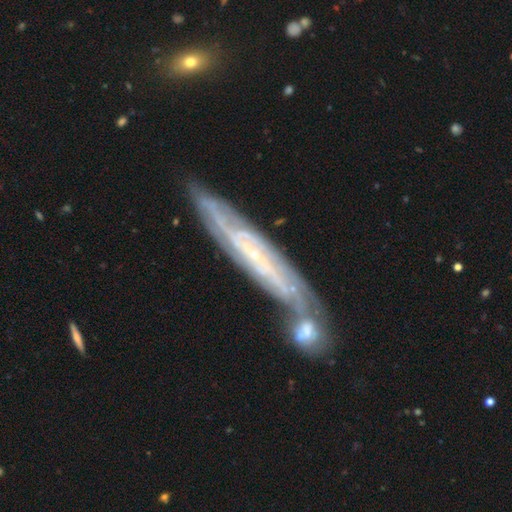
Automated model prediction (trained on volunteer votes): This appears to be a featured or disk galaxy (82%). Merging: none (63%).